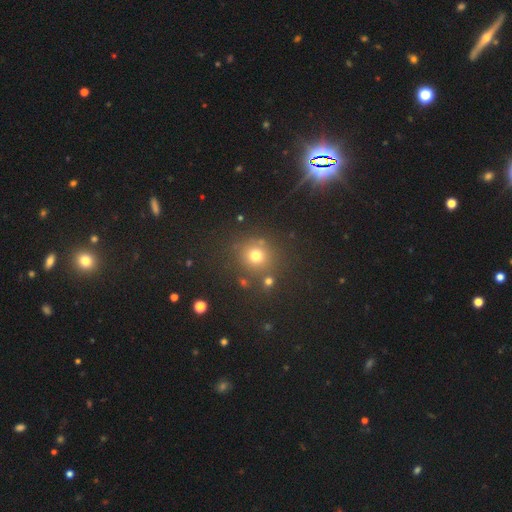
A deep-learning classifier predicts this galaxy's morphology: The model was most divided on "smooth or featured": smooth: 72%, star or artifact: 20%, featured or disk: 8%. More confident: how rounded — round (89%); merging — none (79%).